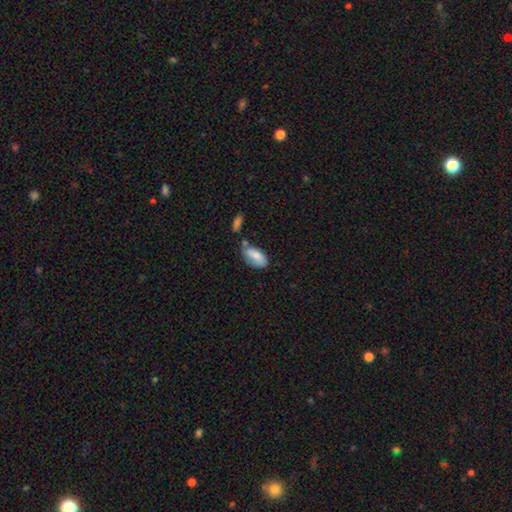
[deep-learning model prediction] This appears to be a smooth galaxy with no disk features (76%) that is in between round and cigar-shaped (91%). Merging: none (45%).